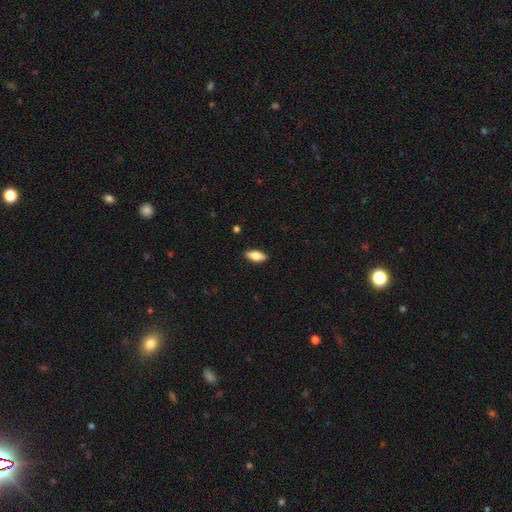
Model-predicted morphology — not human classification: A smooth galaxy with no disk features (78%) that is in between round and cigar-shaped (80%). Merging: none (89%).